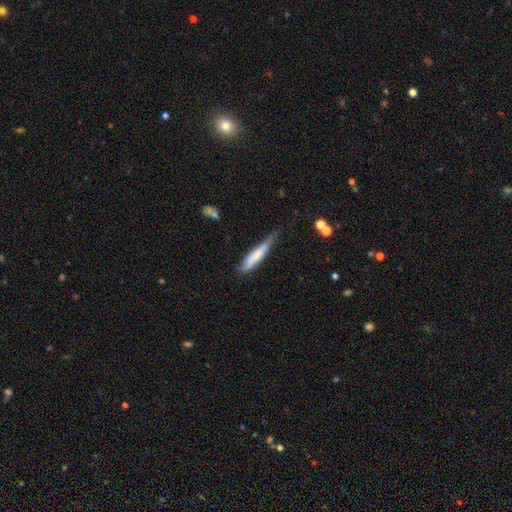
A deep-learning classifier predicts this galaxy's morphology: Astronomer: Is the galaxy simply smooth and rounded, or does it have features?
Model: smooth — 69%.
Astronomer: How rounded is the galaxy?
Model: cigar-shaped — 87%.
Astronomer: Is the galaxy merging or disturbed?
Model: none — 50% (runner-up: minor disturbance, 39%).